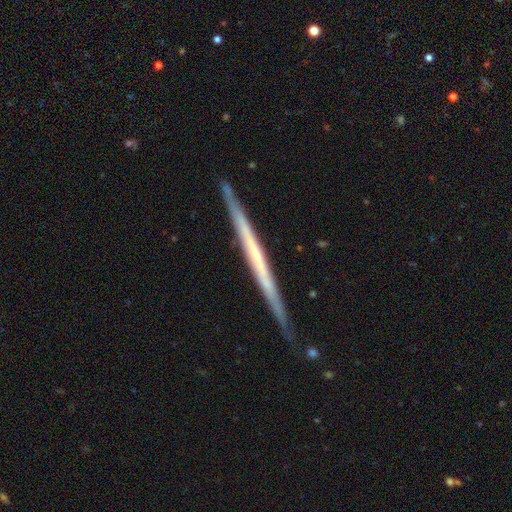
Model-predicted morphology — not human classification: smooth-or-featured: featured or disk: 68% | smooth: 27% | star or artifact: 5%
  disk-edge-on: yes: 97% | no: 3%
    edge-on-bulge: none: 86% | rounded: 9% | boxy: 5%
  merging: none: 87% | minor disturbance: 10% | major disturbance: 1% | merger: 1%